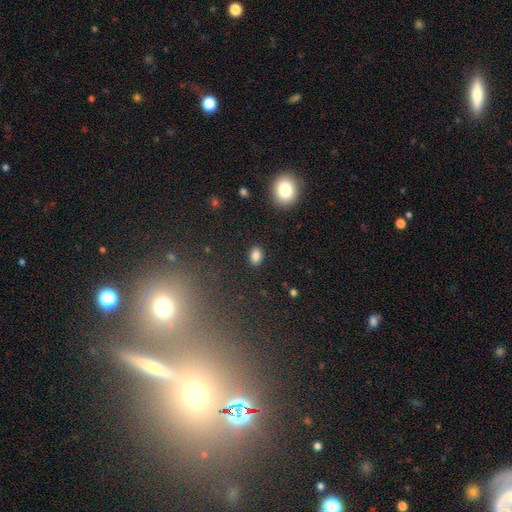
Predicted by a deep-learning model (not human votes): A smooth galaxy with no disk features (84%) that is in between round and cigar-shaped (77%).

Vote fractions:
- Smooth or featured? smooth: 84% / star or artifact: 10% / featured or disk: 5%
- How rounded? in between: 77% / round: 22% / cigar-shaped: 1%
- Merging? none: 88% / minor disturbance: 8% / major disturbance: 2% / merger: 1%